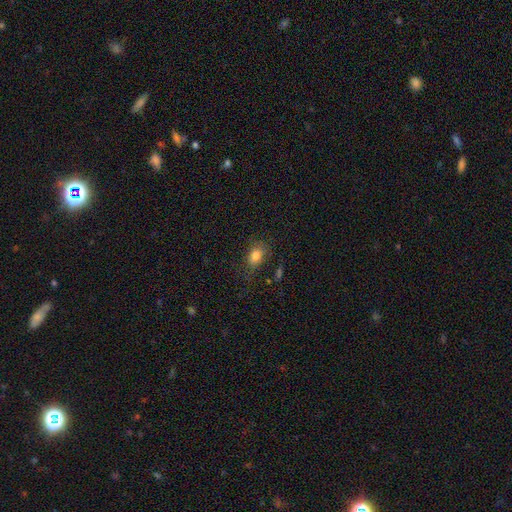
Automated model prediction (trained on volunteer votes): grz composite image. It shows a smooth galaxy with no disk features (82%) that is in between round and cigar-shaped (71%). Merging: none (66%).